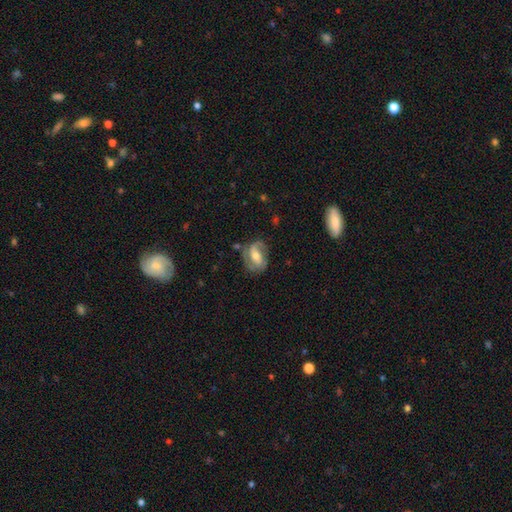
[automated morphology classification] A featured or disk galaxy (70%) with a weak bar (40%), 2 (75%) medium (45%) spiral arms (84%) and a moderate central bulge (67%). Merging: none (62%).